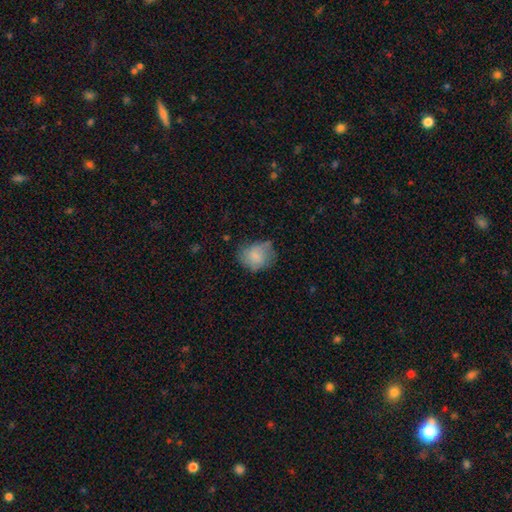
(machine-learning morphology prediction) smooth_or_featured: smooth (p=0.76) [alt: featured or disk p=0.16]
how_rounded: round (p=0.61) [alt: in between p=0.38]
merging: none (p=0.58) [alt: minor disturbance p=0.29]